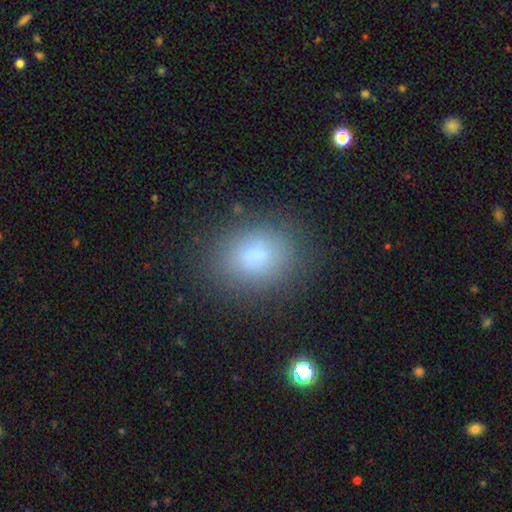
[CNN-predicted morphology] Smooth or featured? Predicted: smooth (p=0.80). How rounded? Predicted: in between (p=0.59). Merging? Predicted: none (p=0.79).